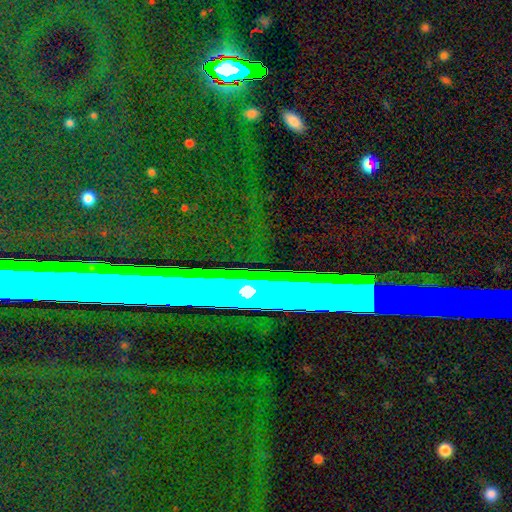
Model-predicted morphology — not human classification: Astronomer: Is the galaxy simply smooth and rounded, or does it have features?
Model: star or artifact — 57%.